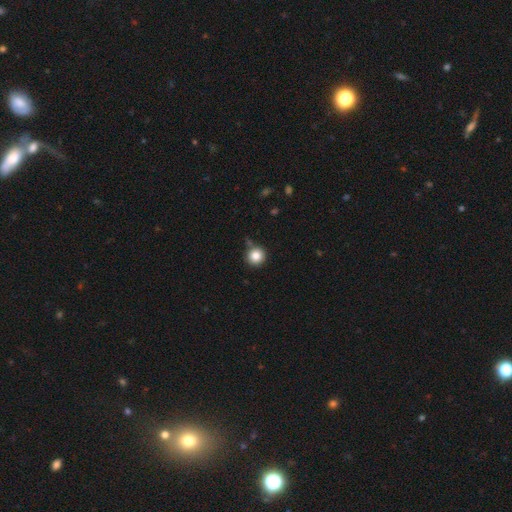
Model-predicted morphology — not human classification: This is clearly a smooth galaxy (84%). How rounded: clearly round (95%). Merging: likely none (79%).